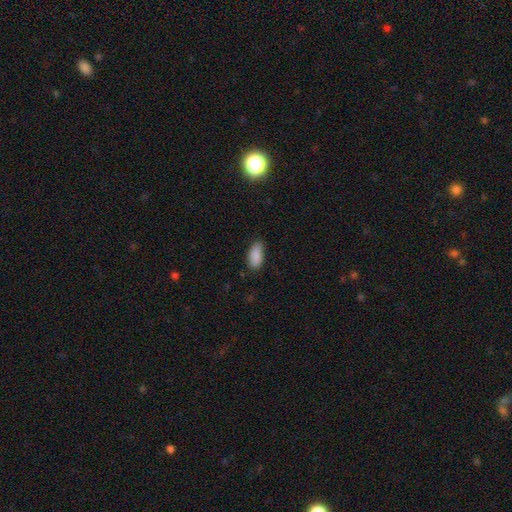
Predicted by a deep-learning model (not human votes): smooth-or-featured: smooth: 88% | star or artifact: 7% | featured or disk: 5%
  how-rounded: in between: 90% | cigar-shaped: 8% | round: 2%
  merging: none: 76% | minor disturbance: 20% | major disturbance: 3% | merger: 1%